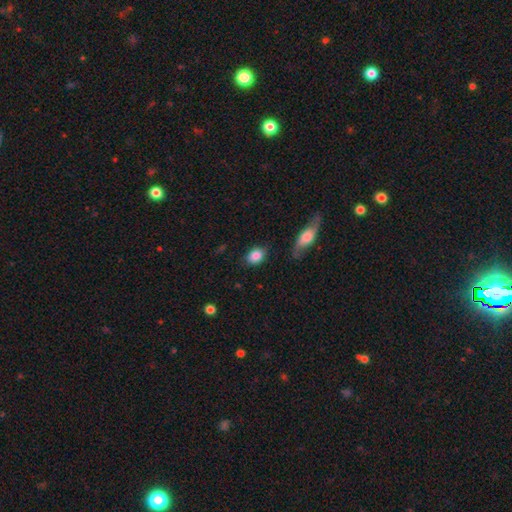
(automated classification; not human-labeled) smooth_or_featured: smooth (p=0.86) [alt: star or artifact p=0.07]
how_rounded: in between (p=0.67) [alt: round p=0.31]
merging: none (p=0.81) [alt: minor disturbance p=0.13]